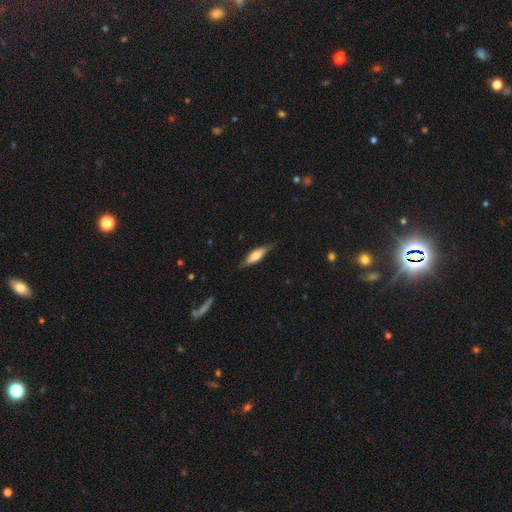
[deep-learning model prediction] The model was most divided on "smooth or featured": smooth: 56%, featured or disk: 38%, star or artifact: 6%. More confident: merging — none (80%); how rounded — cigar-shaped (58%).